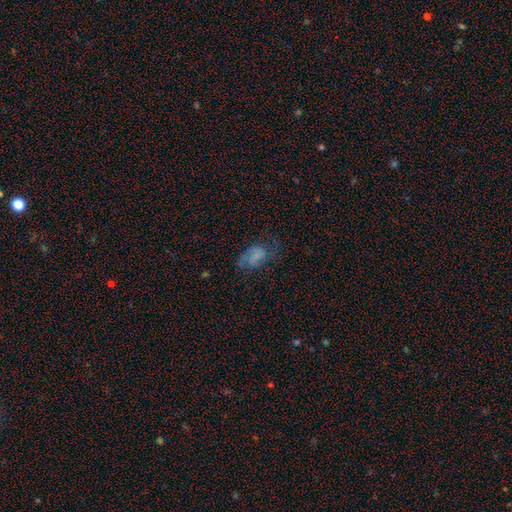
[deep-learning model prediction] Q: Smooth or featured?
A: smooth (44%); runner-up: featured or disk (43%)
Q: Merging?
A: none (49%); runner-up: minor disturbance (25%)